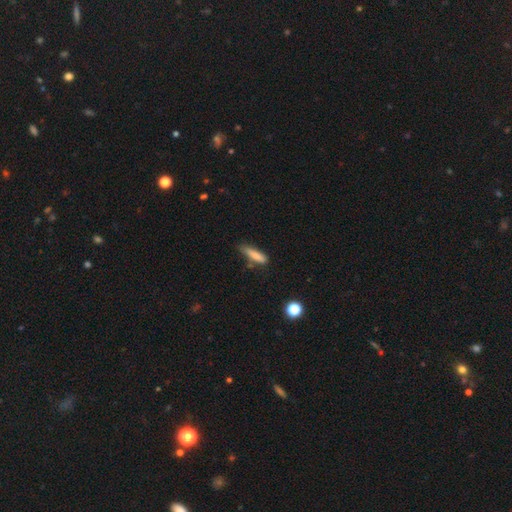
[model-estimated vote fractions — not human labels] Smooth or featured? Predicted: smooth (p=0.78). How rounded? Predicted: cigar-shaped (p=0.74). Merging? Predicted: none (p=0.62).